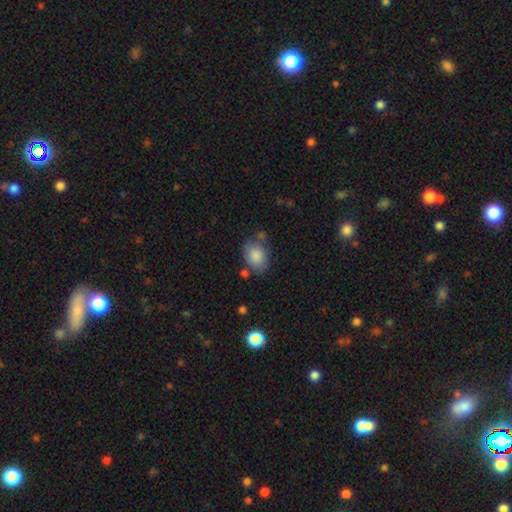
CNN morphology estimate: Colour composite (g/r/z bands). It shows a smooth galaxy with no disk features (85%) that is in between round and cigar-shaped (74%). Merging: none (68%).